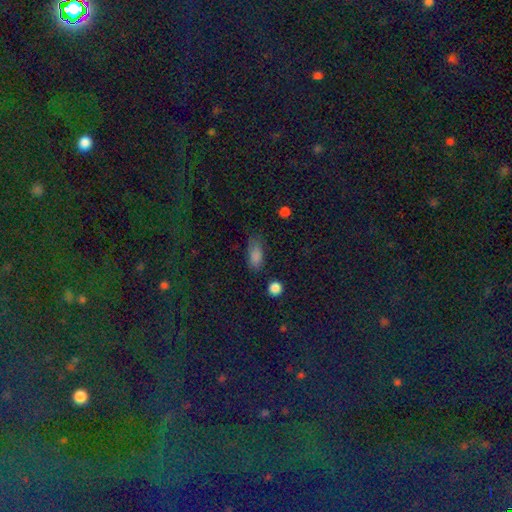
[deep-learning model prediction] Q: Smooth or featured?
A: smooth (80%); runner-up: star or artifact (13%)
Q: How rounded?
A: in between (79%); runner-up: cigar-shaped (14%)
Q: Merging?
A: none (62%); runner-up: minor disturbance (27%)